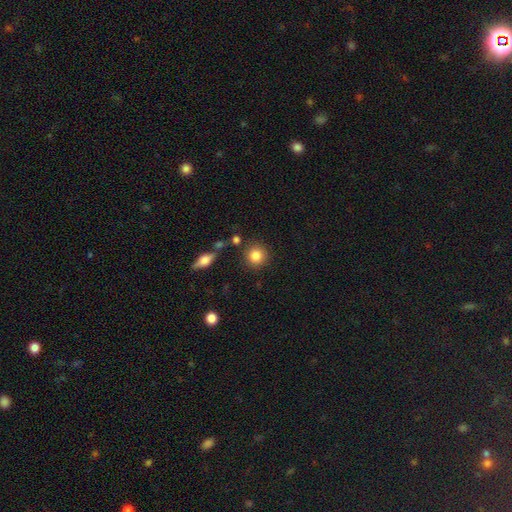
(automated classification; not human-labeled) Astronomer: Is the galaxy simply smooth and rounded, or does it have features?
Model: smooth — 84%.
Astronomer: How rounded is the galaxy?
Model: round — 90%.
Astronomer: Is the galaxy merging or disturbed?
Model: none — 84%.